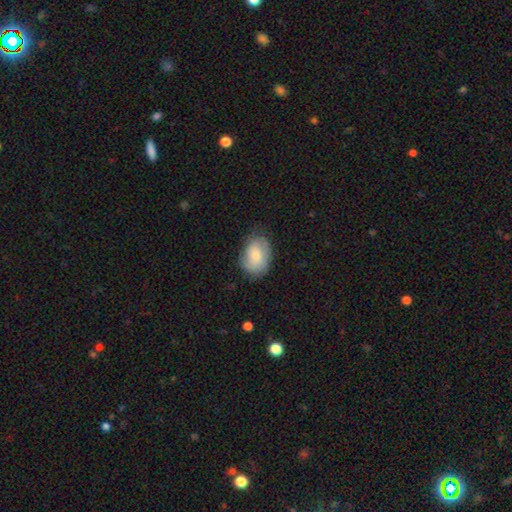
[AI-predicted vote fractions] A smooth galaxy with no disk features (64%) that is in between round and cigar-shaped (75%). Merging: none (71%).